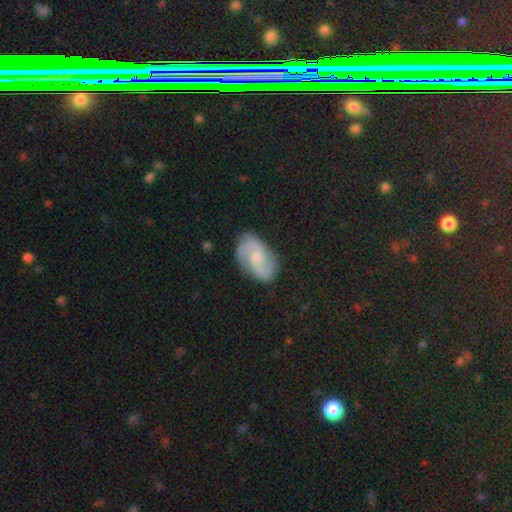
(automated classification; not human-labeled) The model was most divided on "bulge size": moderate: 42%, small: 41%, none: 12%, large: 5%, dominant: 1%. More confident: edge-on disk — no (97%); spiral arms — yes (96%); spiral arm count — 2 (88%); merging — none (80%); smooth or featured — featured or disk (77%); spiral winding — medium (51%); bar — no (51%).